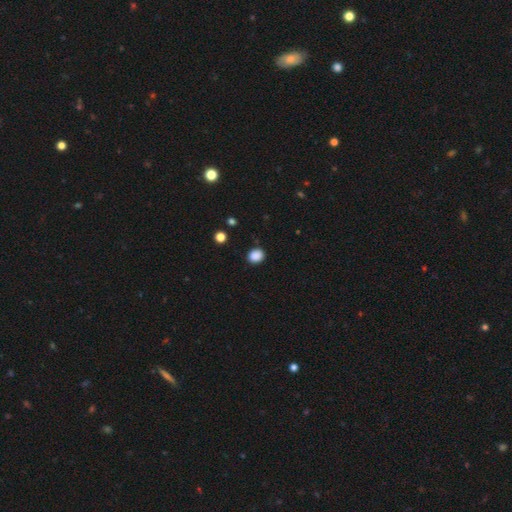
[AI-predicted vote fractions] Morphology: type=smooth (87%); roundness=round (65%); merging=none (87%).